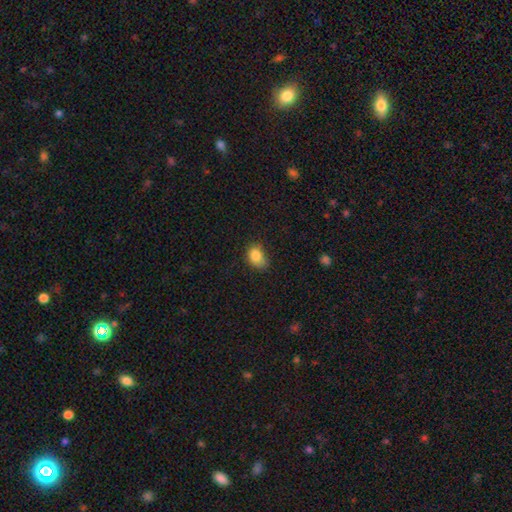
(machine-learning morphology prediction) Overall: smooth (84%). How rounded: in between (68%; round 31%). Merging: none (59%; minor disturbance 31%).